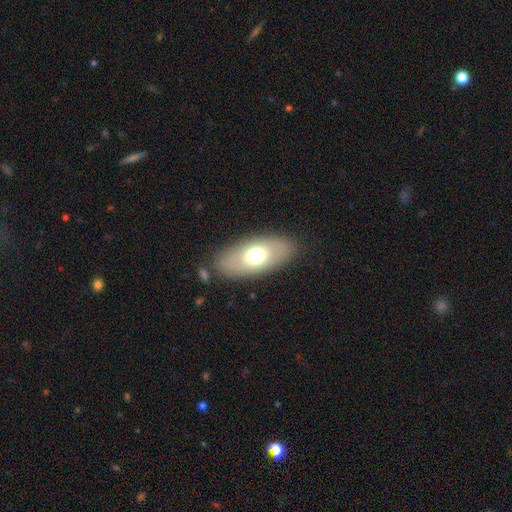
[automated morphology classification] smooth-or-featured: smooth: 62% | featured or disk: 31% | star or artifact: 7%
  how-rounded: in between: 90% | cigar-shaped: 5% | round: 5%
  merging: none: 84% | minor disturbance: 10% | major disturbance: 4% | merger: 2%